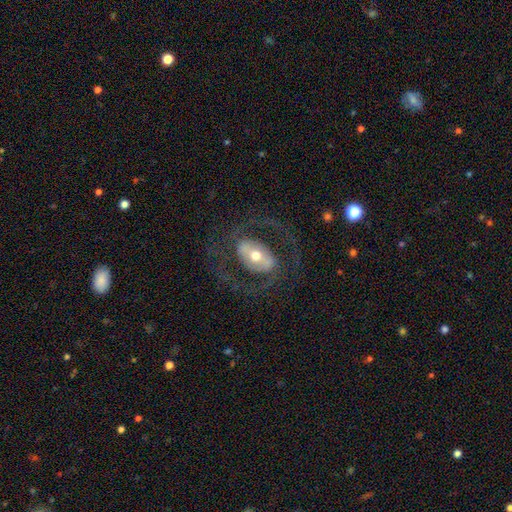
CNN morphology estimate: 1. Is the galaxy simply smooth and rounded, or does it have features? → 75% featured or disk, 19% smooth, 6% star or artifact.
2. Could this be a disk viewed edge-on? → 95% no, 5% yes.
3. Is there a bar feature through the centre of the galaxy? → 36% strong, 33% weak, 31% no.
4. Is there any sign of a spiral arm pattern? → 69% yes, 31% no.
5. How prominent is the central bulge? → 66% moderate, 21% small, 10% large, 2% dominant, 1% none.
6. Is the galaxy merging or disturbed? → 71% none, 17% major disturbance, 11% minor disturbance, 1% merger.